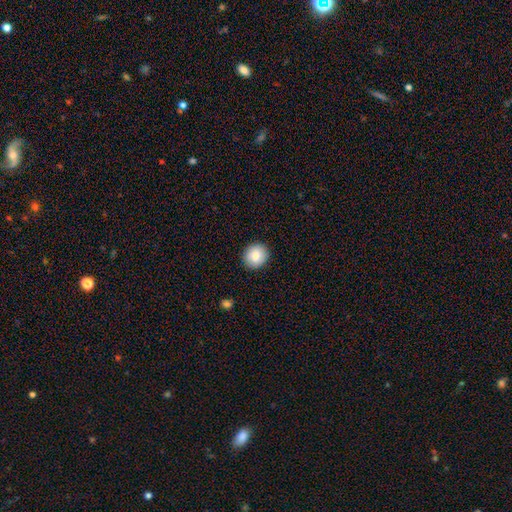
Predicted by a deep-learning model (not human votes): This is clearly a smooth galaxy (85%). How rounded: clearly round (82%). Merging: clearly none (91%).